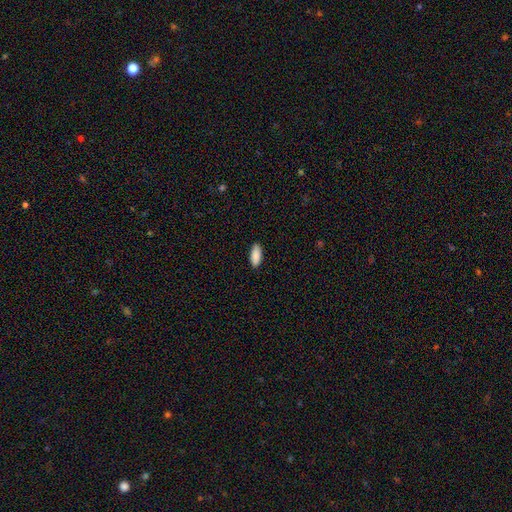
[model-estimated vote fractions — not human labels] smooth-or-featured: smooth: 90% | star or artifact: 6% | featured or disk: 4%
  how-rounded: in between: 82% | cigar-shaped: 16% | round: 2%
  merging: none: 89% | minor disturbance: 8% | major disturbance: 2% | merger: 1%